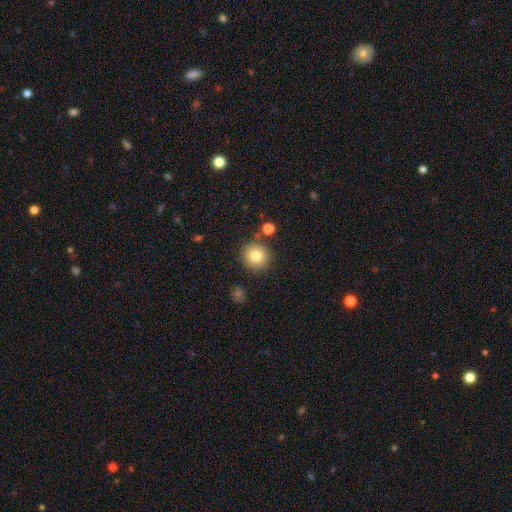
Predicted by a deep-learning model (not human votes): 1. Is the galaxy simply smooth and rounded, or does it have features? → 82% smooth, 10% star or artifact, 8% featured or disk.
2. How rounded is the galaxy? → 92% round, 7% in between, 1% cigar-shaped.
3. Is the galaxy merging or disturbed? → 82% none, 9% minor disturbance, 7% merger, 3% major disturbance.